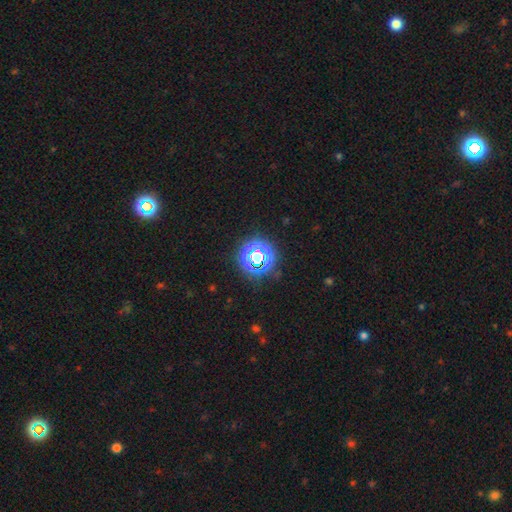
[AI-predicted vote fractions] Smooth or featured? star or artifact (68%)